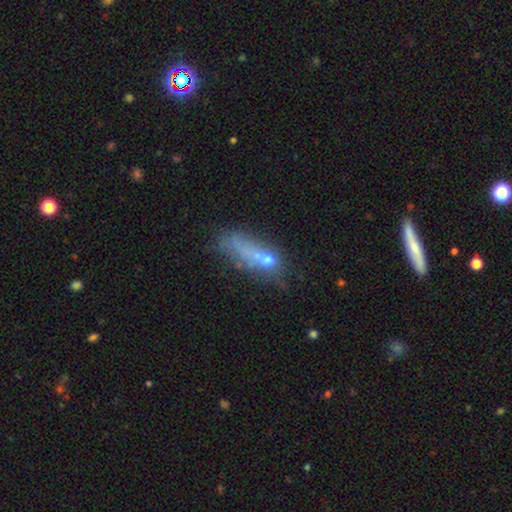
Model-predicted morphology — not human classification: smooth_or_featured: smooth (p=0.47) [alt: featured or disk p=0.36]
merging: none (p=0.33) [alt: major disturbance p=0.24]